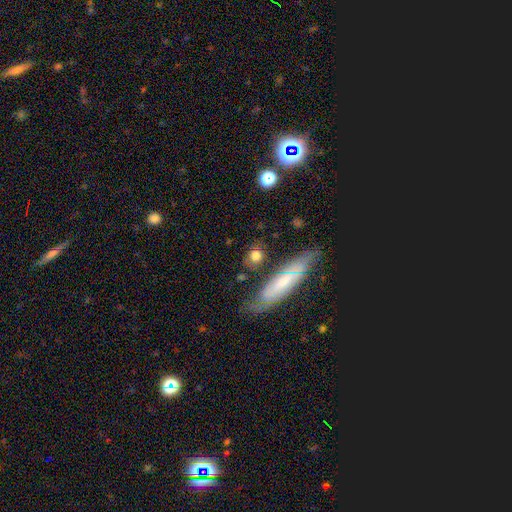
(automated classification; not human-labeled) smooth_or_featured: smooth (p=0.75) [alt: featured or disk p=0.16]
how_rounded: round (p=0.56) [alt: in between p=0.28]
merging: none (p=0.75) [alt: minor disturbance p=0.14]